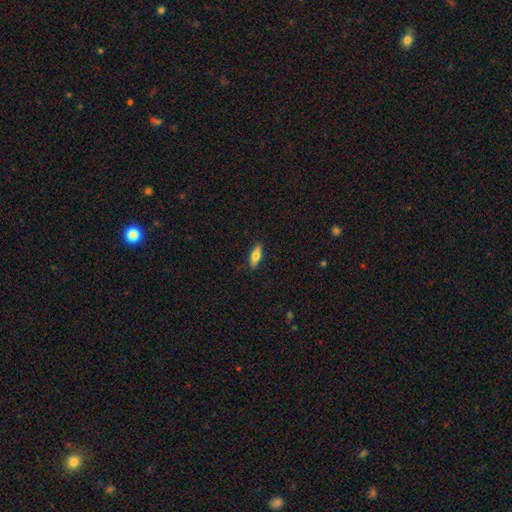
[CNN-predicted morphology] type=smooth (69%); roundness=in between (60%); merging=none (88%).